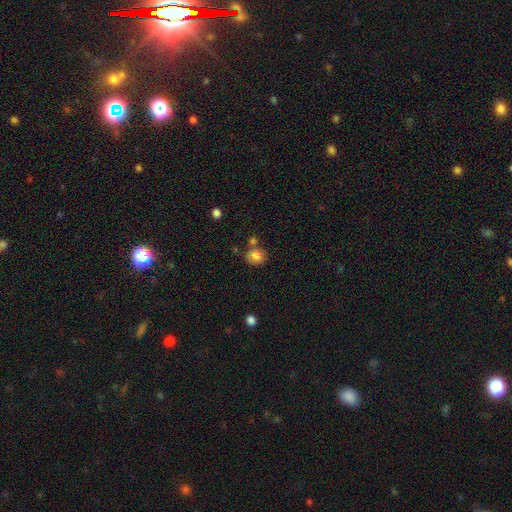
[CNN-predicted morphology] smooth 82%, star or artifact 10%, featured or disk 8%. Down the decision tree: how rounded — round (67%); merging — none (69%).